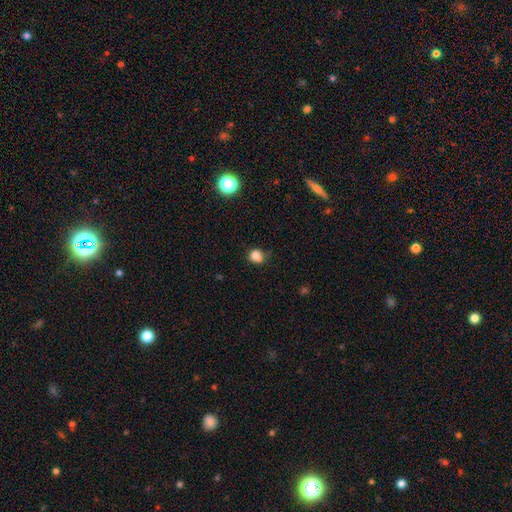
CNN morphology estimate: A smooth galaxy with no disk features (82%) that is round (62%).

Vote fractions:
- Smooth or featured? smooth: 82% / star or artifact: 12% / featured or disk: 6%
- How rounded? round: 62% / in between: 37% / cigar-shaped: 1%
- Merging? none: 60% / minor disturbance: 28% / major disturbance: 7% / merger: 5%